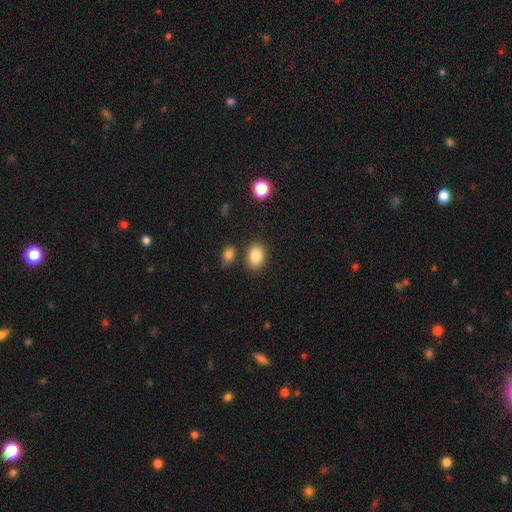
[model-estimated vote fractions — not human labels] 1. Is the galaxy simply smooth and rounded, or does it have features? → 86% smooth, 8% star or artifact, 6% featured or disk.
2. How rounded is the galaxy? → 77% in between, 22% round, 1% cigar-shaped.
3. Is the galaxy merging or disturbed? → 79% none, 11% minor disturbance, 7% merger, 3% major disturbance.